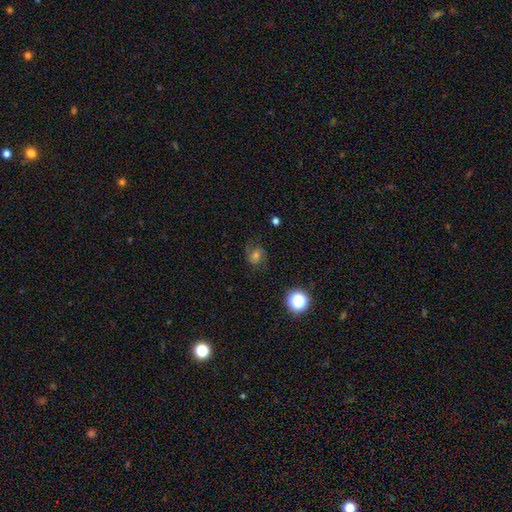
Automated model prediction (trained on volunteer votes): A smooth galaxy with no disk features (46%). Merging: none (67%).